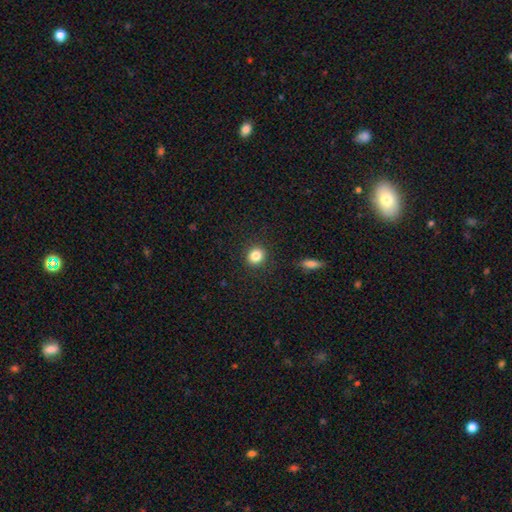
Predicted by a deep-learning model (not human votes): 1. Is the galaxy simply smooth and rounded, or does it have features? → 84% smooth, 11% star or artifact, 5% featured or disk.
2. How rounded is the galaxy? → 84% round, 15% in between, 1% cigar-shaped.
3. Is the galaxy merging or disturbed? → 90% none, 6% minor disturbance, 2% major disturbance, 1% merger.